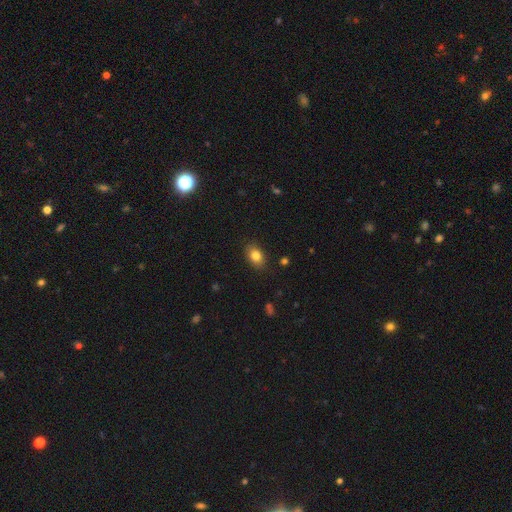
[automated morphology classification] A smooth galaxy with no disk features (82%) that is in between round and cigar-shaped (79%). Merging: none (85%).